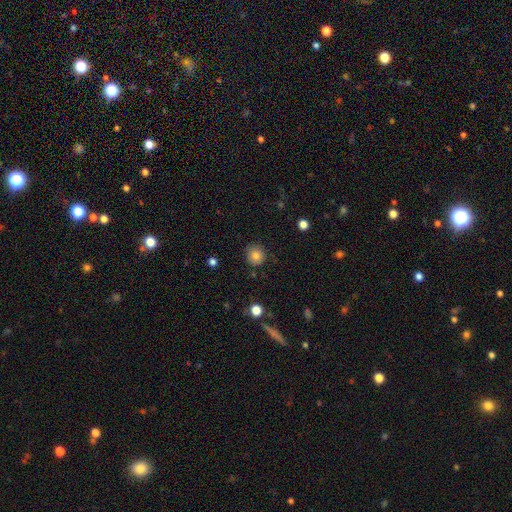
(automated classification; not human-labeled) Smooth or featured: smooth — 80% (star or artifact — 11%)
How rounded: round — 92% (in between — 7%)
Merging: none — 86% (minor disturbance — 10%)